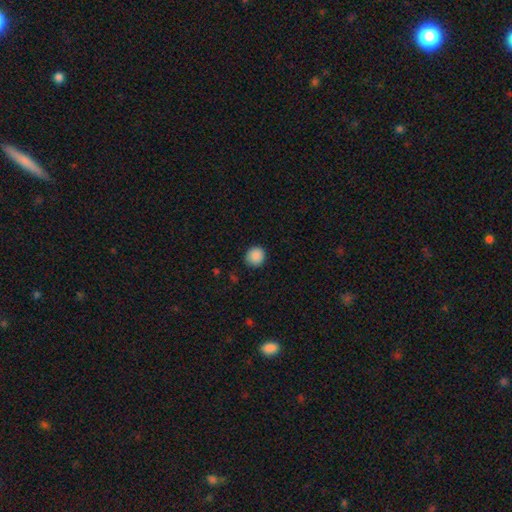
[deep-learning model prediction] smooth_or_featured: smooth (p=0.89) [alt: star or artifact p=0.09]
how_rounded: round (p=0.89) [alt: in between p=0.10]
merging: none (p=0.87) [alt: minor disturbance p=0.09]